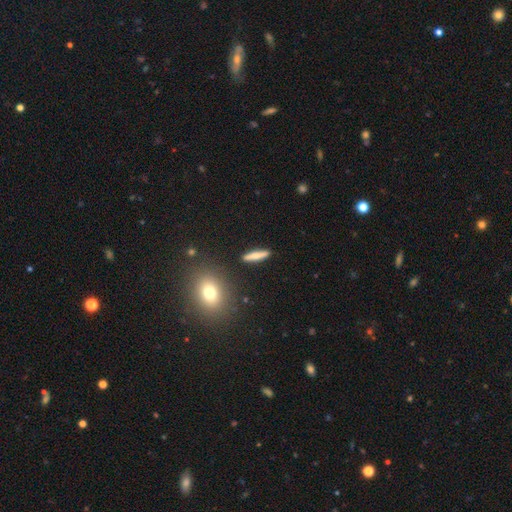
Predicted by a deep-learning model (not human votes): Morphology: type=smooth (68%); roundness=cigar-shaped (86%); merging=none (88%).